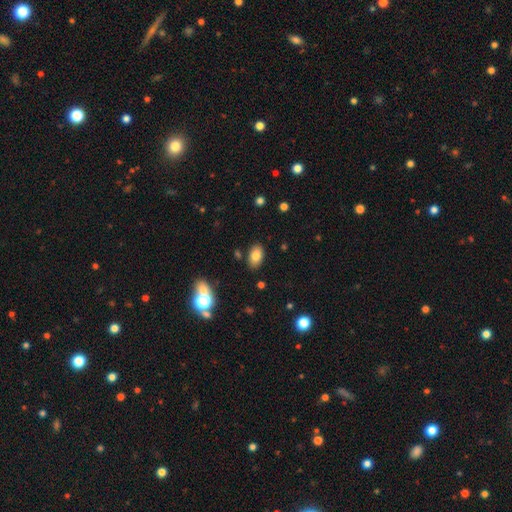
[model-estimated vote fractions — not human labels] smooth-or-featured: smooth: 79% | featured or disk: 11% | star or artifact: 10%
  how-rounded: in between: 91% | round: 8% | cigar-shaped: 2%
  merging: none: 84% | minor disturbance: 10% | merger: 3% | major disturbance: 3%